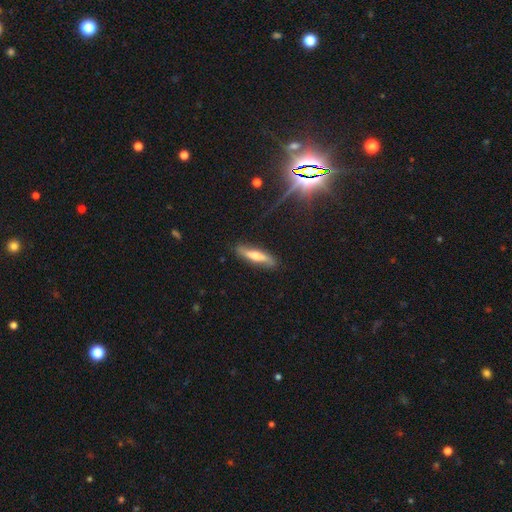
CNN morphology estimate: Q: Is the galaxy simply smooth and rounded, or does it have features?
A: smooth — 50%.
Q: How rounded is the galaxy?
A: cigar-shaped — 80%.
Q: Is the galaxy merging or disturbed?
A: none — 83%.